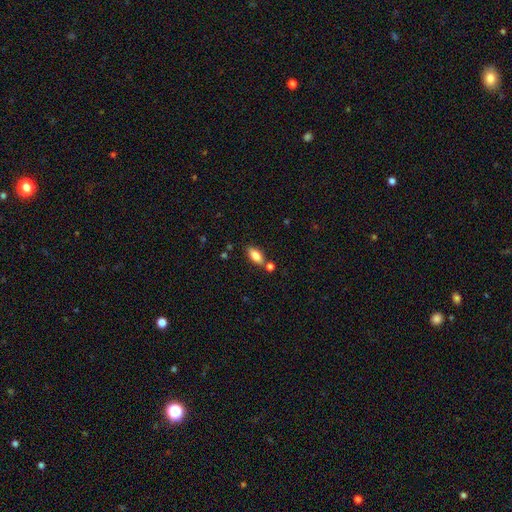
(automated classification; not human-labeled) The model was most divided on "merging": none: 72%, merger: 13%, minor disturbance: 12%, major disturbance: 3%. More confident: how rounded — in between (86%); smooth or featured — smooth (81%).